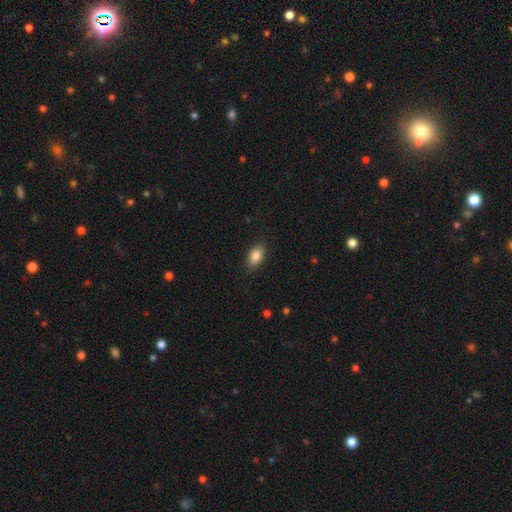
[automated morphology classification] Smooth or featured?
  - smooth: 83% *
  - featured or disk: 10%
  - star or artifact: 8%
How rounded?
  - in between: 89% *
  - round: 8%
  - cigar-shaped: 3%
Merging?
  - none: 84% *
  - minor disturbance: 12%
  - major disturbance: 3%
  - merger: 1%